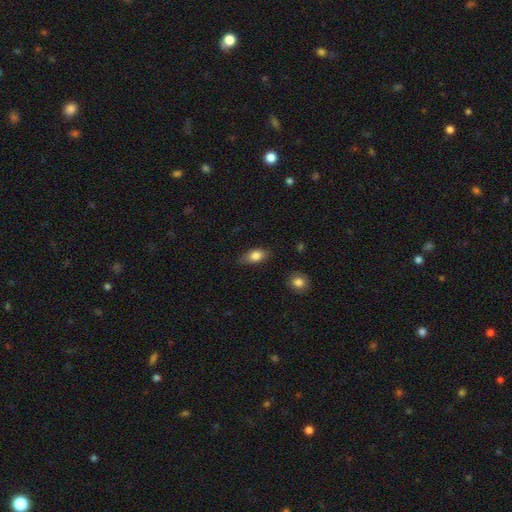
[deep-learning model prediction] Q: Smooth or featured?
A: smooth (83%); runner-up: featured or disk (10%)
Q: How rounded?
A: in between (85%); runner-up: round (10%)
Q: Merging?
A: none (74%); runner-up: minor disturbance (21%)